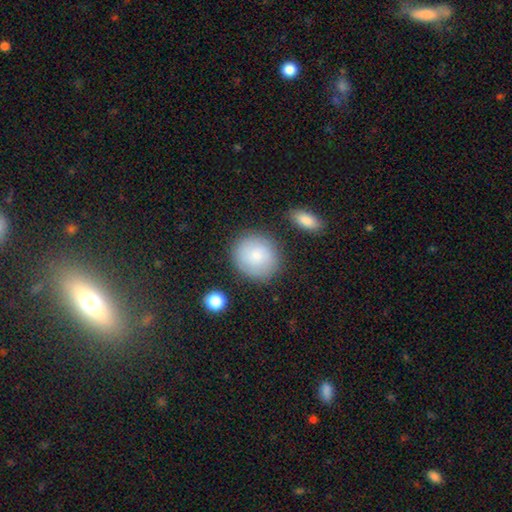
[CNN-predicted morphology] A smooth galaxy with no disk features (82%) that is round (83%).

Vote fractions:
- Smooth or featured? smooth: 82% / featured or disk: 11% / star or artifact: 7%
- How rounded? round: 83% / in between: 16% / cigar-shaped: 1%
- Merging? none: 80% / minor disturbance: 12% / merger: 4% / major disturbance: 4%